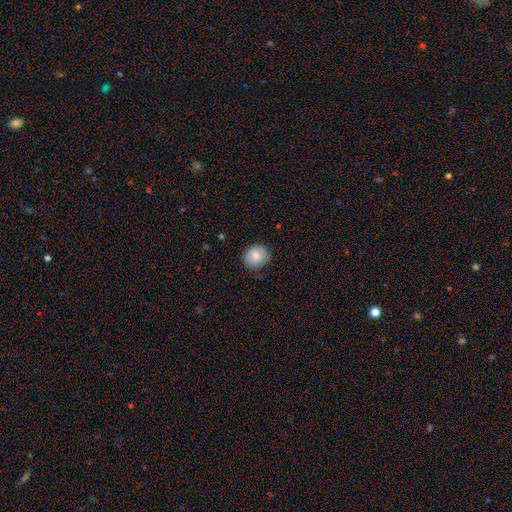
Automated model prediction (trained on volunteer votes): smooth 85%, star or artifact 8%, featured or disk 7%. Down the decision tree: how rounded — round (77%); merging — none (79%).